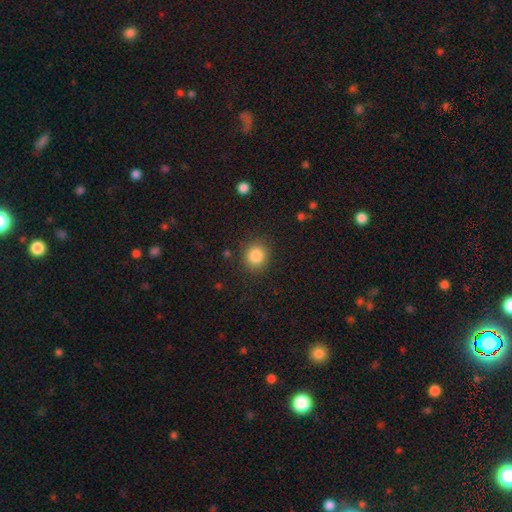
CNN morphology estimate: Smooth or featured? smooth (85%)
How rounded? round (85%)
Merging? none (88%)